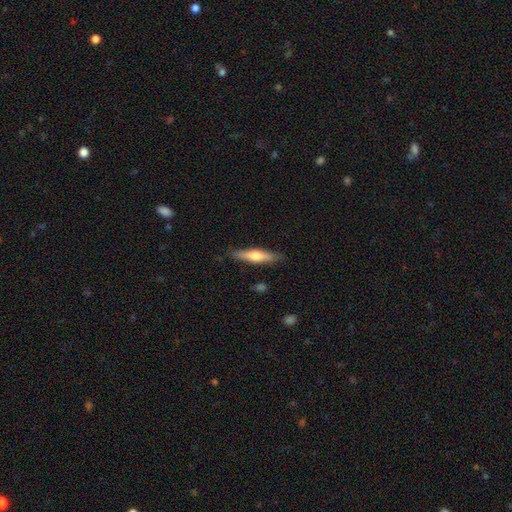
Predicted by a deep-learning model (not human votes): Smooth or featured? smooth (56%)
How rounded? cigar-shaped (82%)
Merging? none (86%)